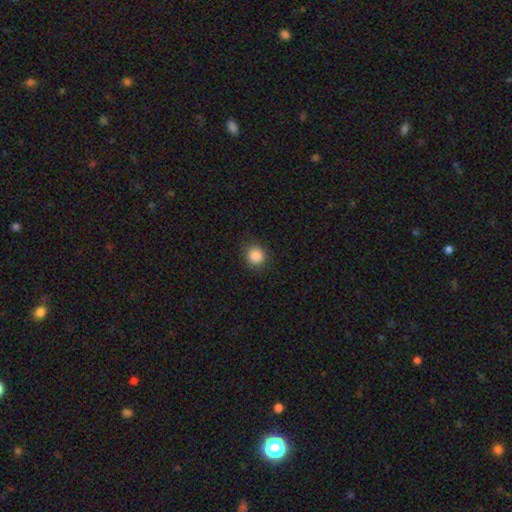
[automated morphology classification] Smooth or featured: smooth — 87% (star or artifact — 10%)
How rounded: round — 86% (in between — 13%)
Merging: none — 86% (minor disturbance — 10%)